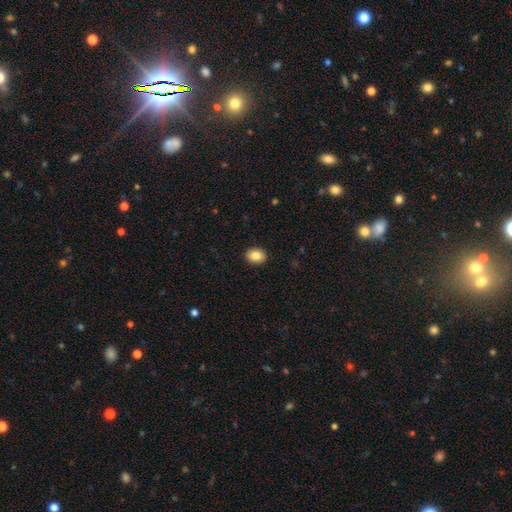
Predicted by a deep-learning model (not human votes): The model was most divided on "how rounded": in between: 59%, round: 40%, cigar-shaped: 1%. More confident: merging — none (91%); smooth or featured — smooth (86%).